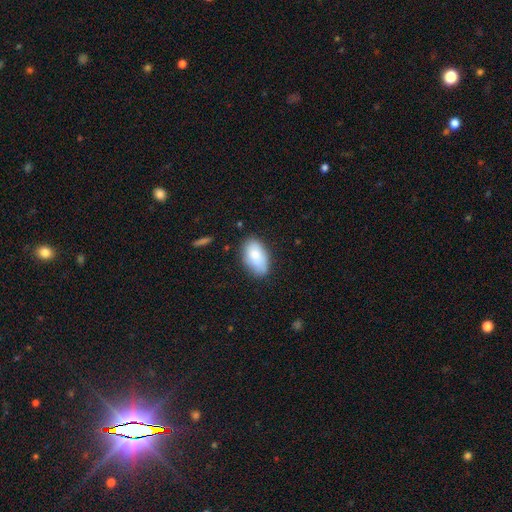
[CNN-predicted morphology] Smooth or featured: smooth — 83% (featured or disk — 11%)
How rounded: in between — 94% (round — 4%)
Merging: none — 71% (minor disturbance — 22%)